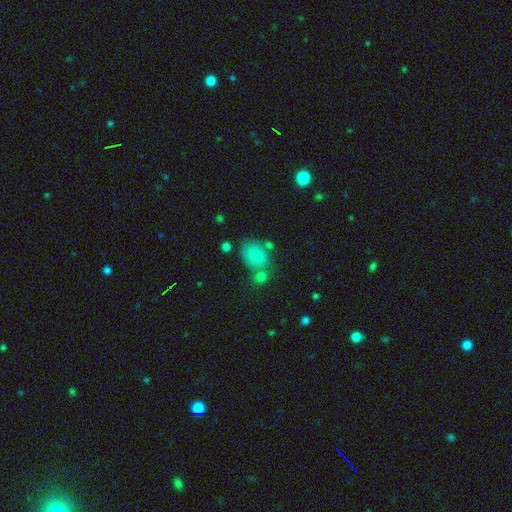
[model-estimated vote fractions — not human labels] This appears to be a smooth galaxy with no disk features (77%) that is round (59%). Merging: none (59%).